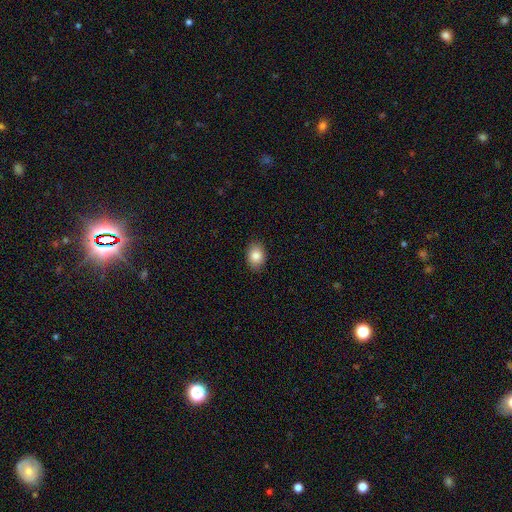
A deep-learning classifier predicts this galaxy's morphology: Smooth or featured?
  - smooth: 85% *
  - star or artifact: 8%
  - featured or disk: 7%
How rounded?
  - in between: 77% *
  - round: 22%
  - cigar-shaped: 1%
Merging?
  - none: 89% *
  - minor disturbance: 8%
  - major disturbance: 2%
  - merger: 1%